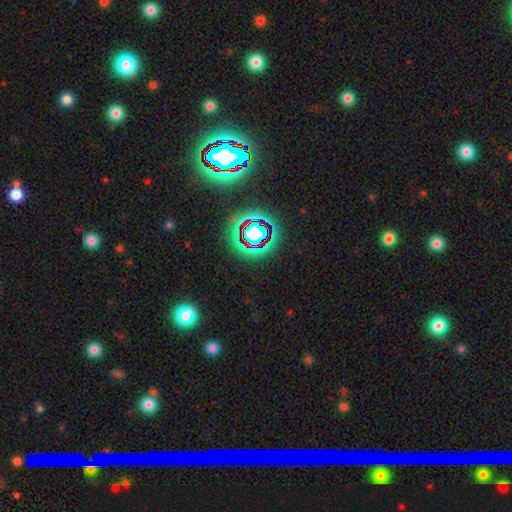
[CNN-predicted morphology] Smooth or featured: star or artifact — 71% (smooth — 16%)